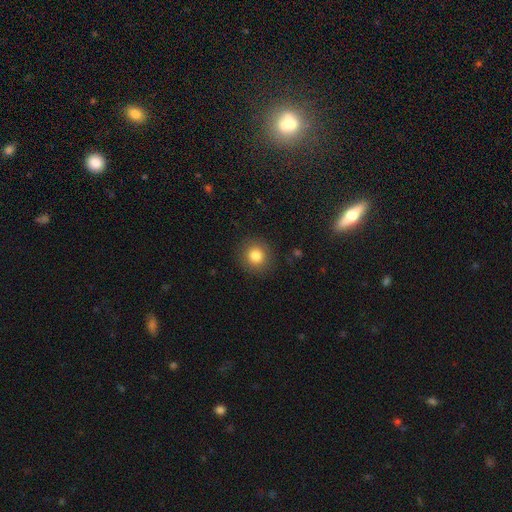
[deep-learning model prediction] Smooth or featured? smooth (83%)
How rounded? round (92%)
Merging? none (89%)